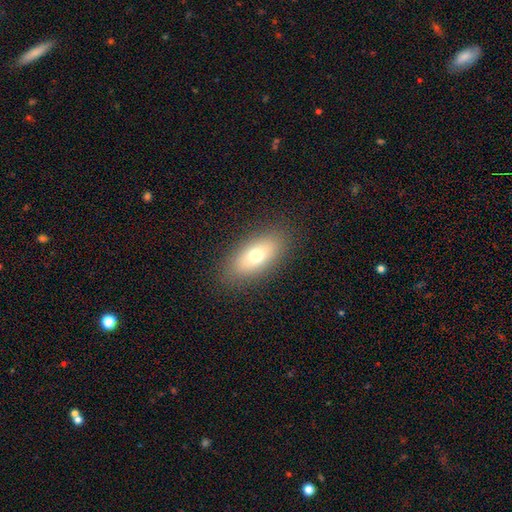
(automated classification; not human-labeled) Overall: smooth (69%). How rounded: in between (82%). Merging: none (87%).